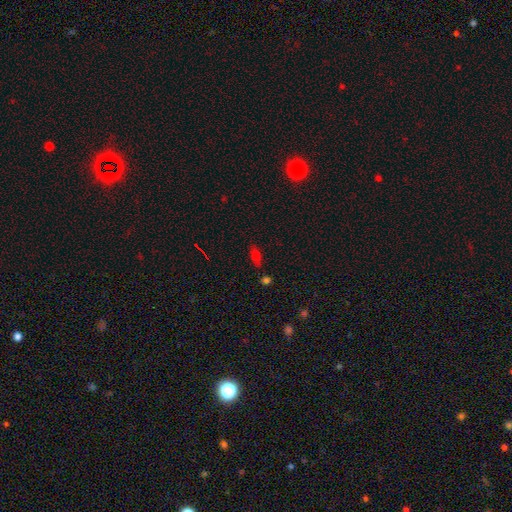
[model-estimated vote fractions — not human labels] smooth_or_featured: smooth (p=0.62) [alt: star or artifact p=0.23]
how_rounded: in between (p=0.74) [alt: cigar-shaped p=0.19]
merging: none (p=0.74) [alt: minor disturbance p=0.15]